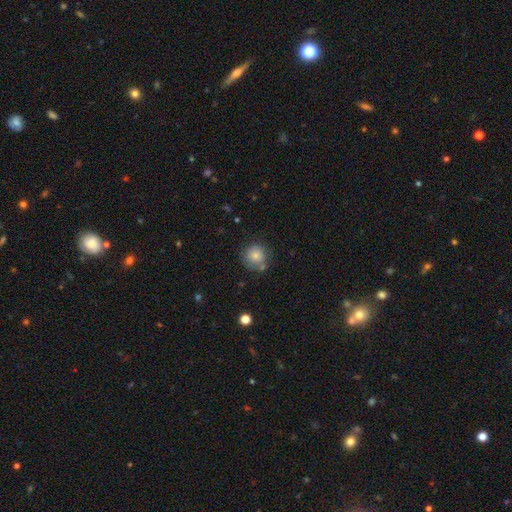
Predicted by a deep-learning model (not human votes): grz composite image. It shows a smooth galaxy with no disk features (81%) that is round (92%). Merging: none (71%).